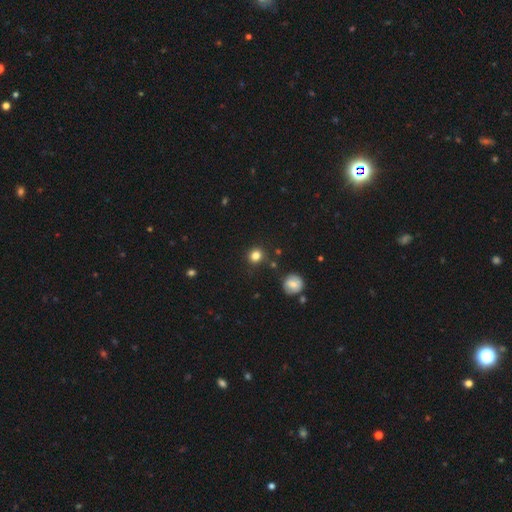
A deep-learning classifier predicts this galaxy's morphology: smooth-or-featured: smooth: 82% | star or artifact: 13% | featured or disk: 5%
  how-rounded: round: 85% | in between: 14% | cigar-shaped: 1%
  merging: none: 86% | minor disturbance: 9% | merger: 3% | major disturbance: 2%